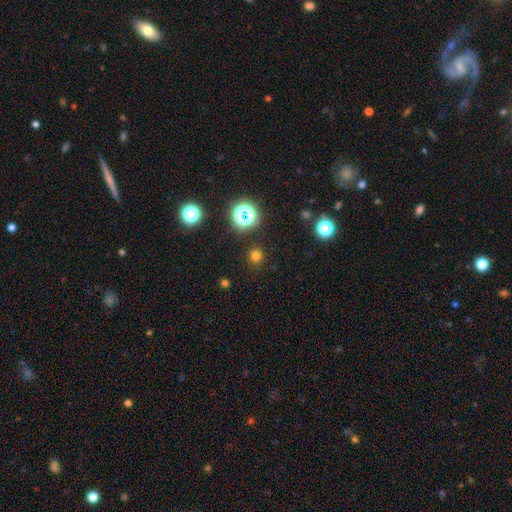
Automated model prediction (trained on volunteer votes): A smooth galaxy with no disk features (70%) that is round (91%). Merging: none (88%).